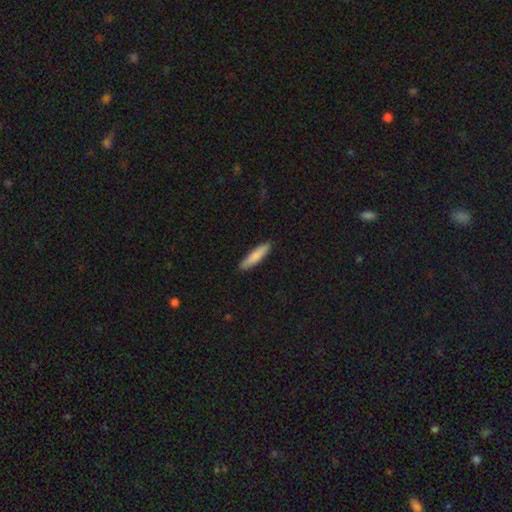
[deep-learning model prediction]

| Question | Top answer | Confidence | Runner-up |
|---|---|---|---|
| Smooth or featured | smooth | 83% | featured or disk (11%) |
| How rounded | cigar-shaped | 82% | in between (17%) |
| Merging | none | 90% | minor disturbance (8%) |